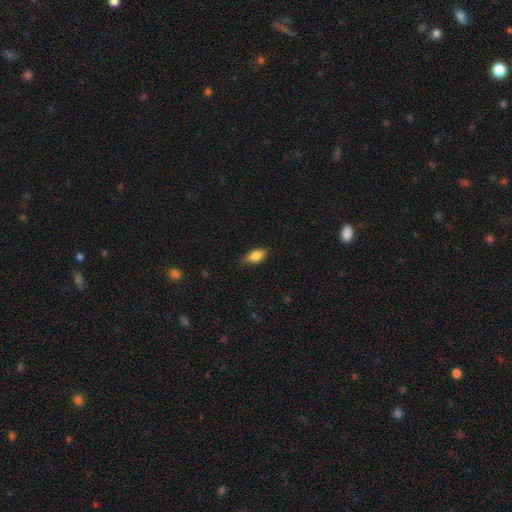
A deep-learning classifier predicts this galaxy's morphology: This appears to be a smooth galaxy with no disk features (78%) that is in between round and cigar-shaped (82%). Merging: none (70%).